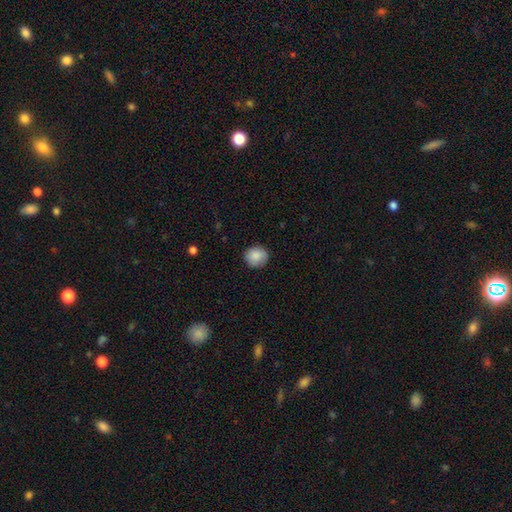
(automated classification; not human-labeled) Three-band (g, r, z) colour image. It shows a smooth galaxy with no disk features (87%) that is round (89%). Merging: none (85%).